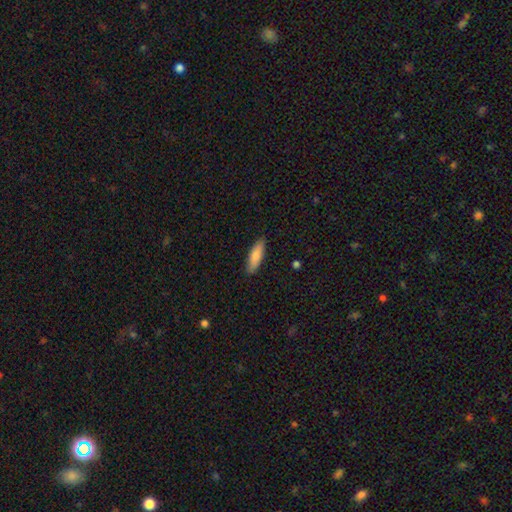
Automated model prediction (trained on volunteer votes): The model was most divided on "how rounded": cigar-shaped: 53%, in between: 45%, round: 2%. More confident: merging — none (88%); smooth or featured — smooth (83%).